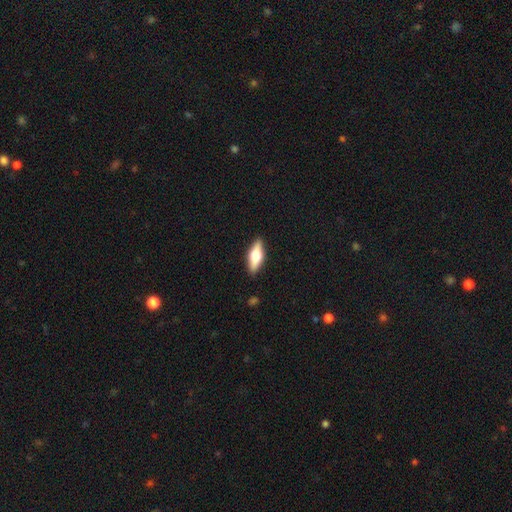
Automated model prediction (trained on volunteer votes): Smooth or featured? Predicted: smooth (p=0.50). Merging? Predicted: none (p=0.89).